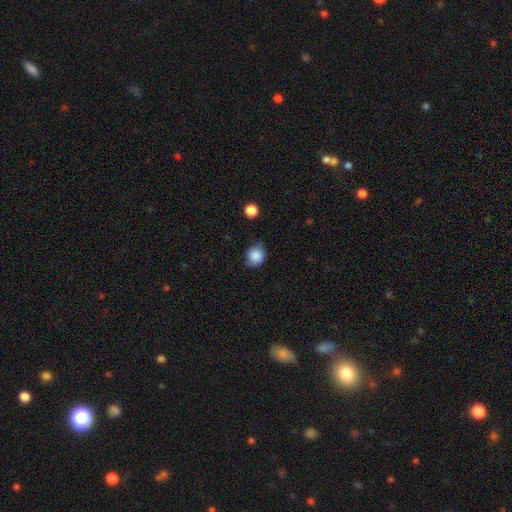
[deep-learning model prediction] Smooth or featured: smooth — 85% (star or artifact — 9%)
How rounded: round — 69% (in between — 30%)
Merging: none — 68% (minor disturbance — 25%)